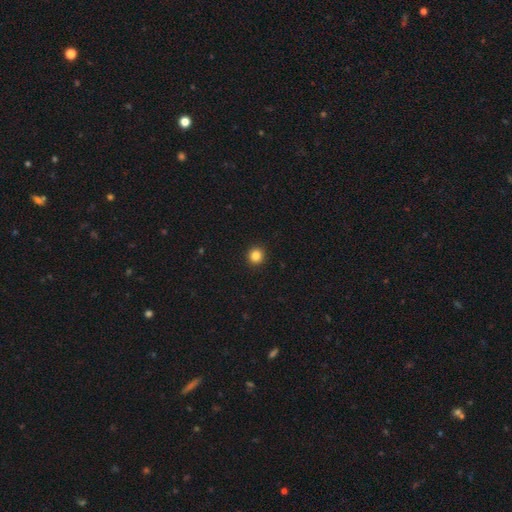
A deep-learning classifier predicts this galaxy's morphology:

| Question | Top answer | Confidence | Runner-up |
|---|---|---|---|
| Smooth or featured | smooth | 85% | star or artifact (12%) |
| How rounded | round | 93% | in between (6%) |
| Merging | none | 93% | minor disturbance (4%) |